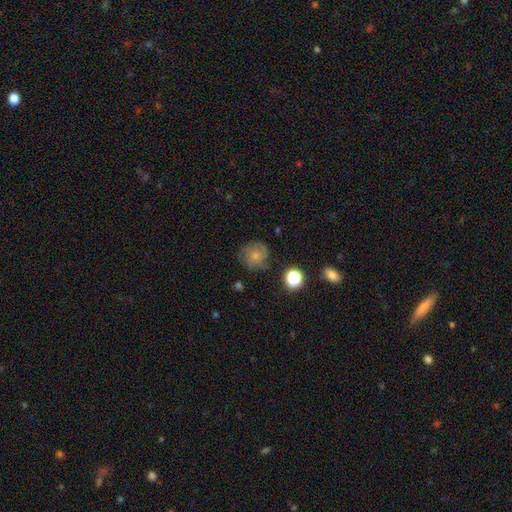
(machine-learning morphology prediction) type=smooth (63%); roundness=round (87%); merging=none (68%).